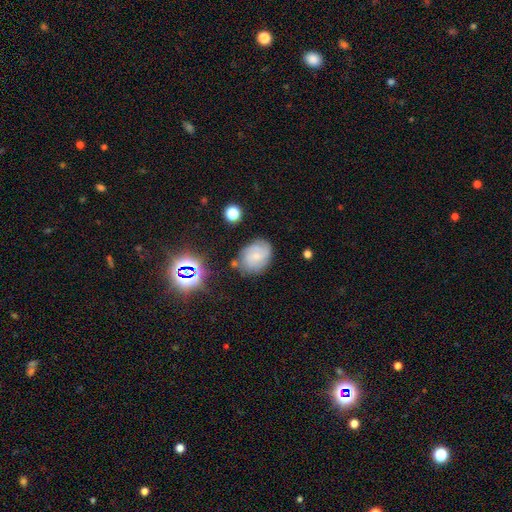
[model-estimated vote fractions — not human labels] This appears to be a featured or disk galaxy (47%). Merging: none (66%).